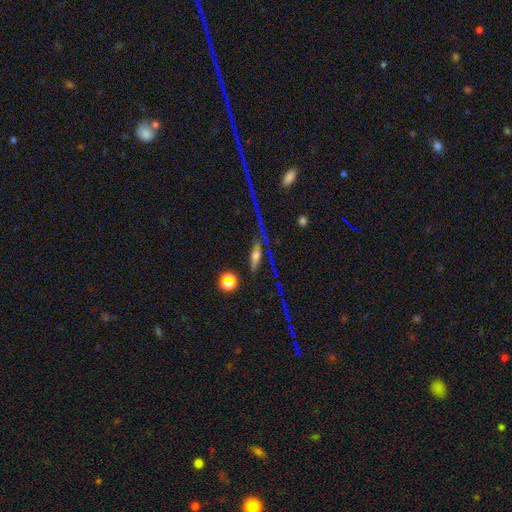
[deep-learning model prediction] This is marginally a smooth galaxy (38%). Merging: possibly none (57%).